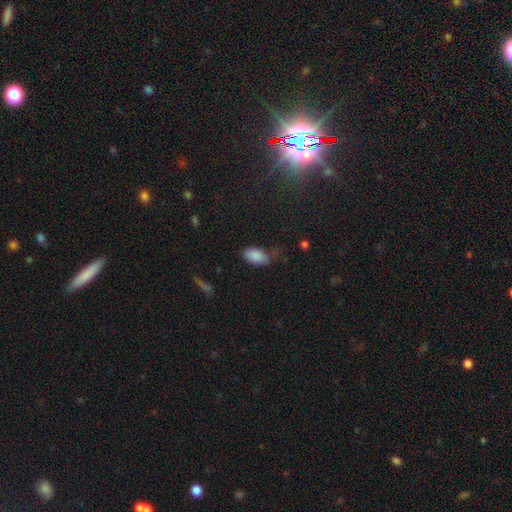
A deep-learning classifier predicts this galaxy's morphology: smooth 87%, star or artifact 8%, featured or disk 5%. Down the decision tree: how rounded — in between (94%); merging — none (62%).